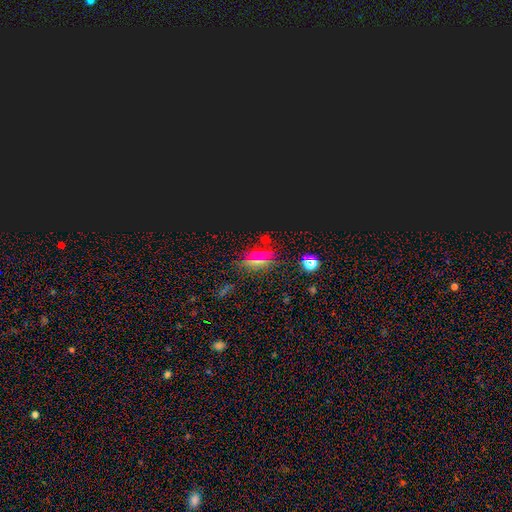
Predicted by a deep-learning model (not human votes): Smooth or featured?
  - star or artifact: 56% *
  - smooth: 32%
  - featured or disk: 11%